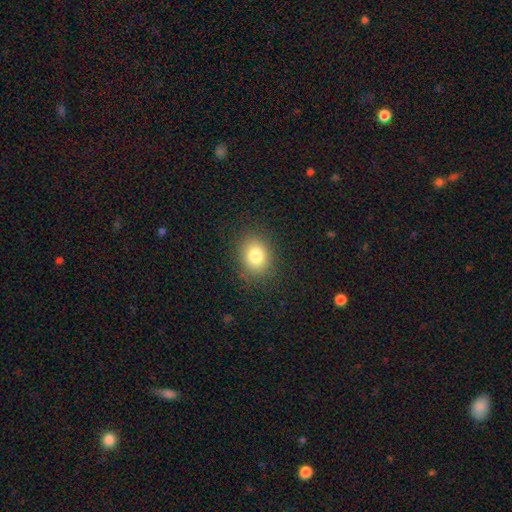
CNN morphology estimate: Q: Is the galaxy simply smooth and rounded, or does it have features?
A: smooth — 81%.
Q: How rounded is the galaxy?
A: round — 58%.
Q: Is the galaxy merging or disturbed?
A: none — 86%.